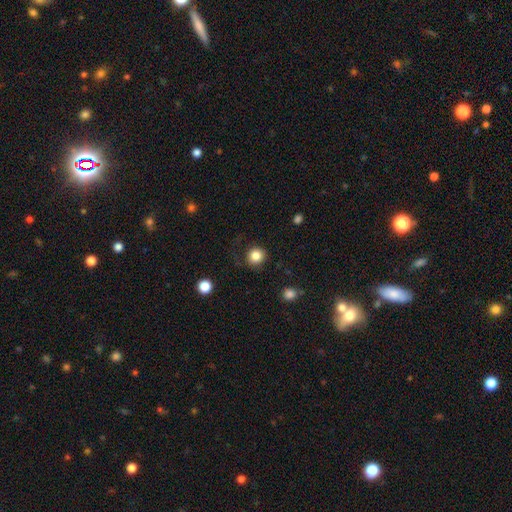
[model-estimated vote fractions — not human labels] Smooth or featured? Predicted: smooth (p=0.84). How rounded? Predicted: round (p=0.93). Merging? Predicted: none (p=0.85).